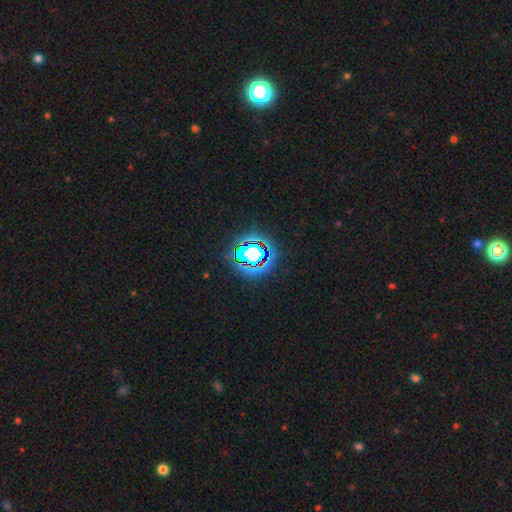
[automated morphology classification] This is likely a star or artifact rather than a galaxy (65%).